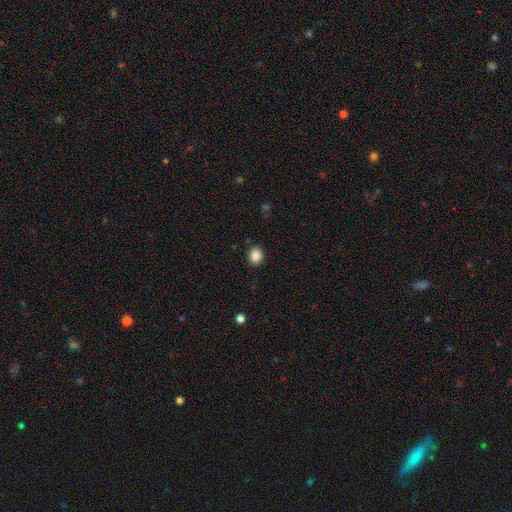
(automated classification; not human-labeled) Smooth or featured: smooth — 87% (star or artifact — 10%)
How rounded: round — 73% (in between — 27%)
Merging: none — 90% (minor disturbance — 7%)